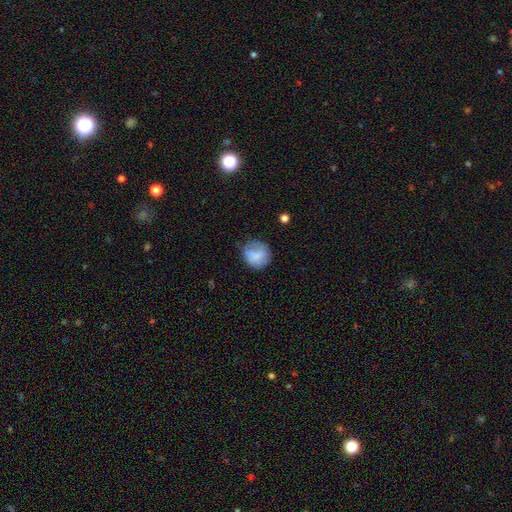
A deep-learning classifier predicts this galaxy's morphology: type=smooth (74%); roundness=round (82%); merging=none (61%).